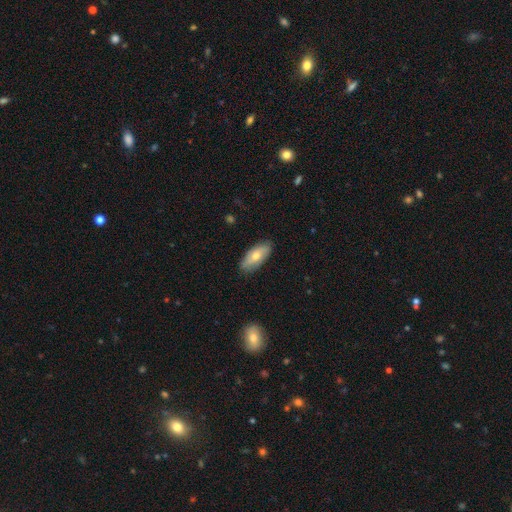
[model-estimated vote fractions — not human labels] A smooth galaxy with no disk features (67%) that is in between round and cigar-shaped (84%). Merging: none (86%).